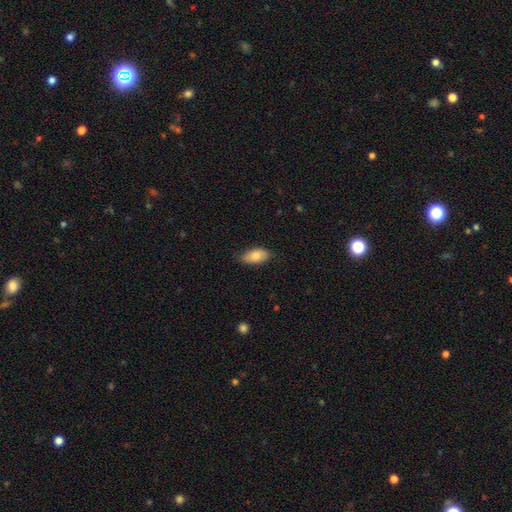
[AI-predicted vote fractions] Smooth or featured?
  - smooth: 80% *
  - featured or disk: 14%
  - star or artifact: 6%
How rounded?
  - in between: 93% *
  - round: 4%
  - cigar-shaped: 3%
Merging?
  - none: 79% *
  - minor disturbance: 18%
  - major disturbance: 3%
  - merger: 1%